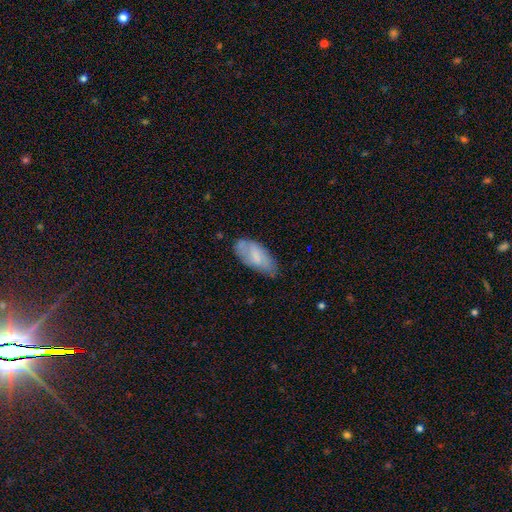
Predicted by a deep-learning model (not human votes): This appears to be a smooth galaxy with no disk features (67%) that is in between round and cigar-shaped (86%). Merging: none (58%).